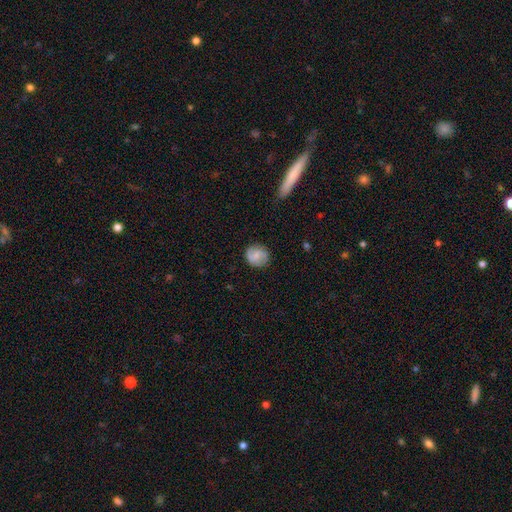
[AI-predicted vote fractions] This appears to be a smooth galaxy with no disk features (55%) that is round (82%). Merging: none (82%).